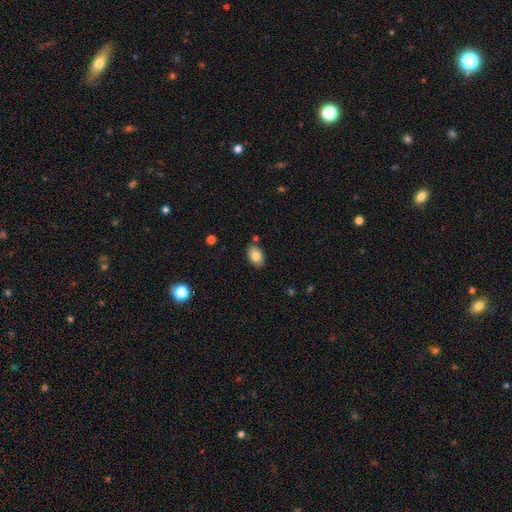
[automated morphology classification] Q: Smooth or featured?
A: smooth (83%); runner-up: featured or disk (9%)
Q: How rounded?
A: in between (87%); runner-up: round (12%)
Q: Merging?
A: none (82%); runner-up: minor disturbance (12%)